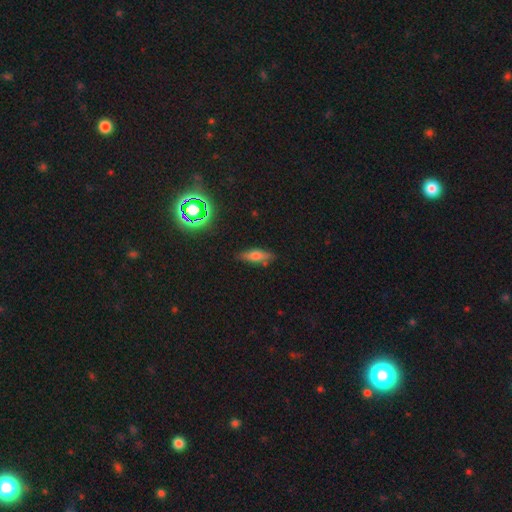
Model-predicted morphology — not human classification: Smooth or featured: smooth — 64% (featured or disk — 24%)
How rounded: in between — 55% (cigar-shaped — 42%)
Merging: none — 81% (minor disturbance — 14%)